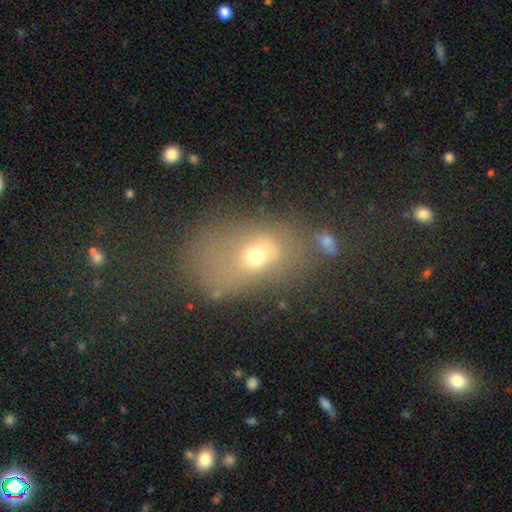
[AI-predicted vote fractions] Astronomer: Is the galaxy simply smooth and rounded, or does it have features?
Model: smooth — 56%.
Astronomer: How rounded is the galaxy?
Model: in between — 68%.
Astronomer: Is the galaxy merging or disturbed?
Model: none — 35% (runner-up: major disturbance, 30%).